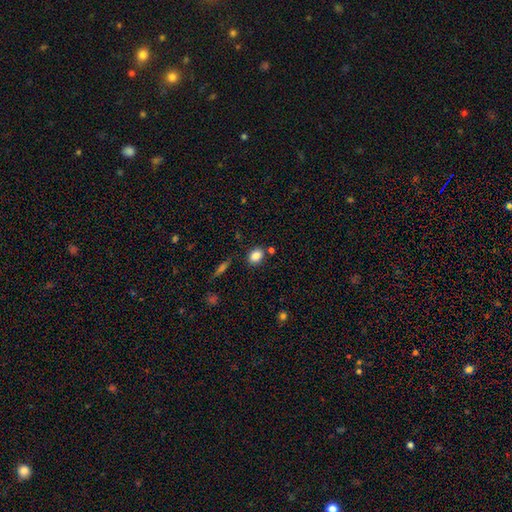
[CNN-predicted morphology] This appears to be a smooth galaxy with no disk features (85%) that is in between round and cigar-shaped (63%). Merging: none (78%).